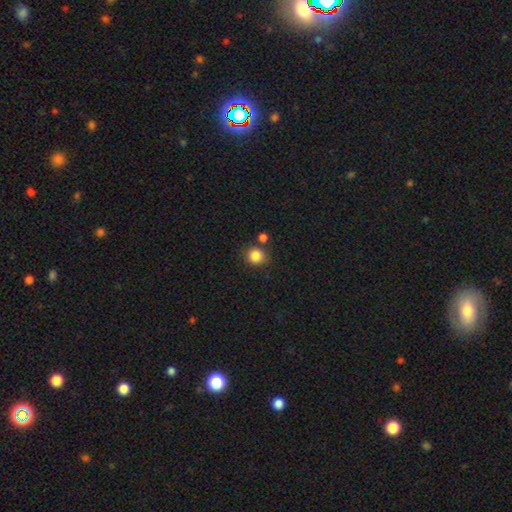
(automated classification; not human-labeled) Morphology: type=smooth (85%); roundness=round (85%); merging=none (78%).